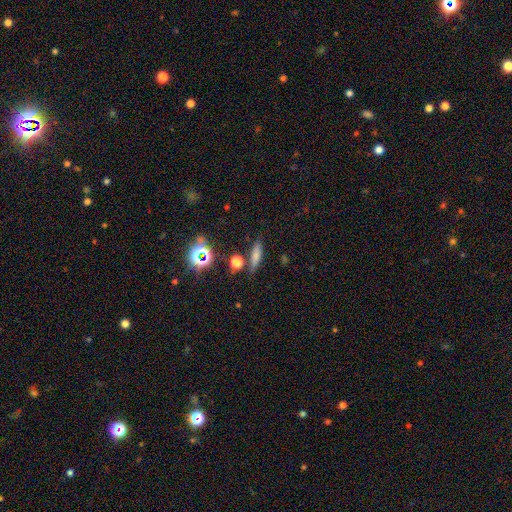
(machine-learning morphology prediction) The model was most divided on "how rounded": cigar-shaped: 68%, in between: 23%, round: 9%. More confident: merging — none (80%); smooth or featured — smooth (66%).